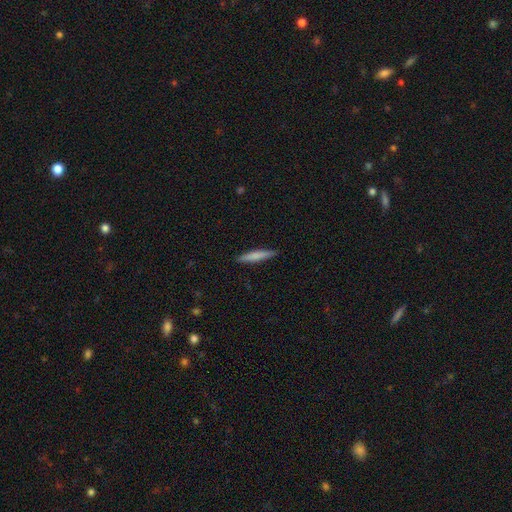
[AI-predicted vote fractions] smooth-or-featured: smooth: 74% | featured or disk: 21% | star or artifact: 5%
  how-rounded: cigar-shaped: 92% | in between: 7% | round: 1%
  merging: none: 90% | minor disturbance: 7% | major disturbance: 2% | merger: 1%